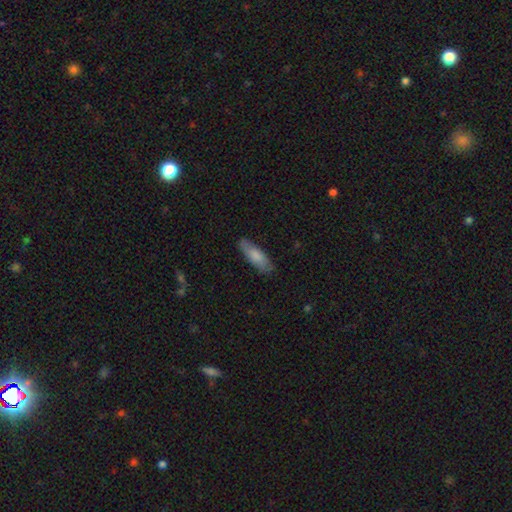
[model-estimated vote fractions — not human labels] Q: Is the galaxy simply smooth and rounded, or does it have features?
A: smooth — 79%.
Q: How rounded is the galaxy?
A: in between — 53%.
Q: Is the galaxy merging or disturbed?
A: none — 82%.